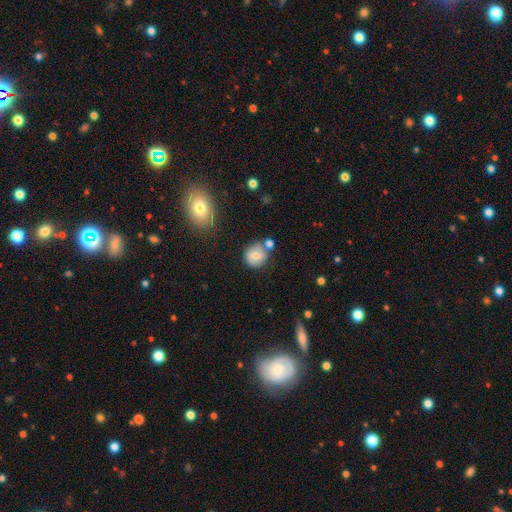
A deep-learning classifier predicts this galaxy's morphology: A smooth galaxy with no disk features (70%) that is round (85%).

Vote fractions:
- Smooth or featured? smooth: 70% / featured or disk: 20% / star or artifact: 10%
- How rounded? round: 85% / in between: 14% / cigar-shaped: 1%
- Merging? none: 64% / merger: 17% / minor disturbance: 15% / major disturbance: 4%